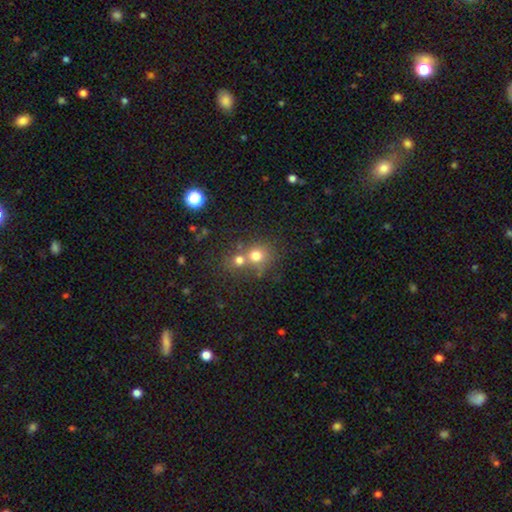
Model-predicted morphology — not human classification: Q: Smooth or featured?
A: smooth (73%); runner-up: star or artifact (15%)
Q: How rounded?
A: round (84%); runner-up: in between (15%)
Q: Merging?
A: merger (47%); runner-up: none (43%)